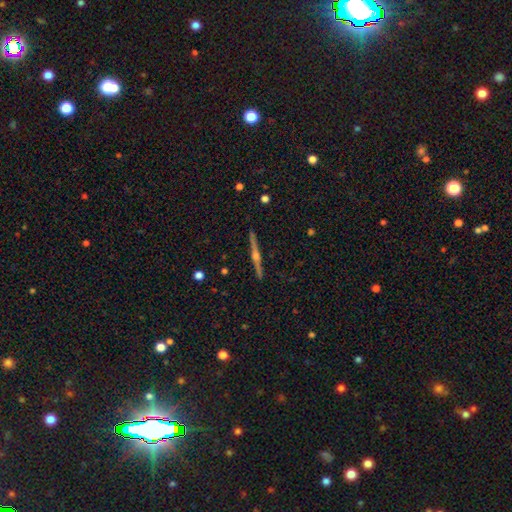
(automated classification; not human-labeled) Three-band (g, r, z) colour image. It shows a featured or disk galaxy (75%) viewed edge-on (97%) with a rounded central bulge (88%). Merging: none (89%).